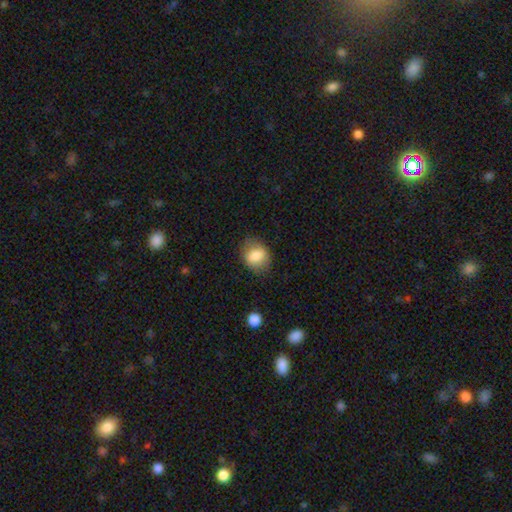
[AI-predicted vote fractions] This is likely a smooth galaxy (80%). How rounded: possibly in between (53%). Merging: likely none (74%).